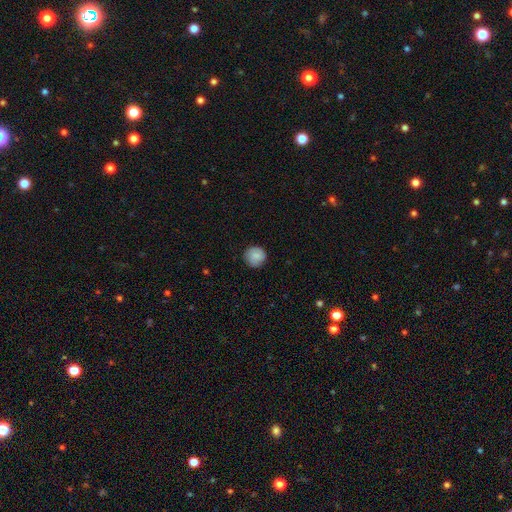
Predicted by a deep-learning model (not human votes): A smooth galaxy with no disk features (84%) that is round (93%). Merging: none (85%).